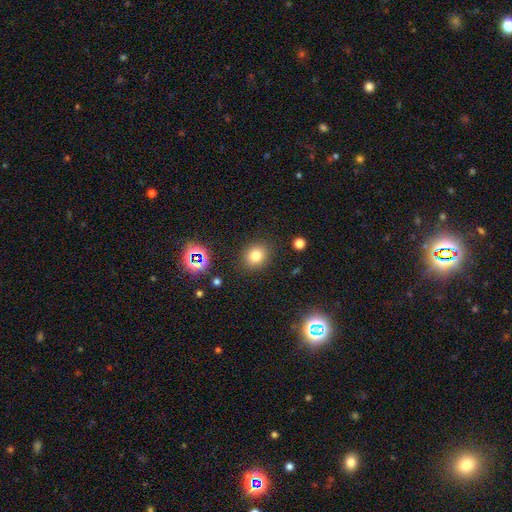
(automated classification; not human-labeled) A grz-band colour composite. It shows a smooth galaxy with no disk features (76%) that is round (72%). Merging: none (86%).